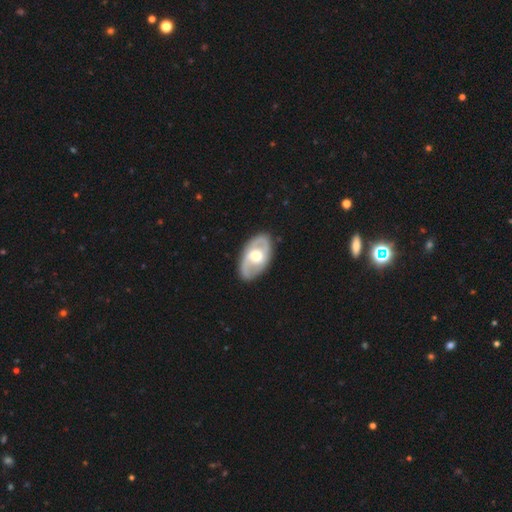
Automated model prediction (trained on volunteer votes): This is likely a featured or disk galaxy (74%). It is clearly not viewed edge-on (93%). Bar: possibly no (53%). Spiral arm pattern: likely yes (73%). Central bulge: likely moderate (71%). Merging: clearly none (85%).